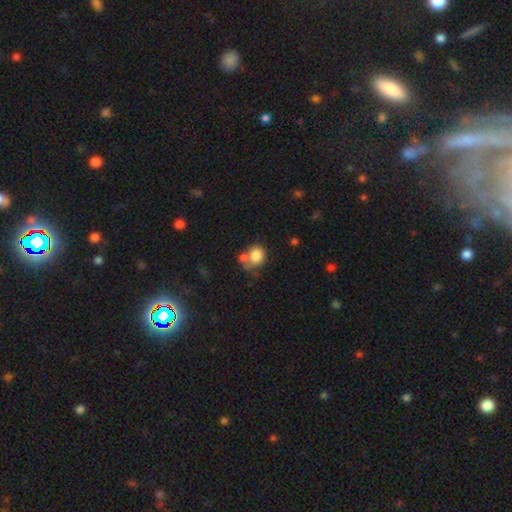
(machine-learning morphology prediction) Smooth or featured? Predicted: smooth (p=0.82). How rounded? Predicted: round (p=0.72). Merging? Predicted: none (p=0.46).